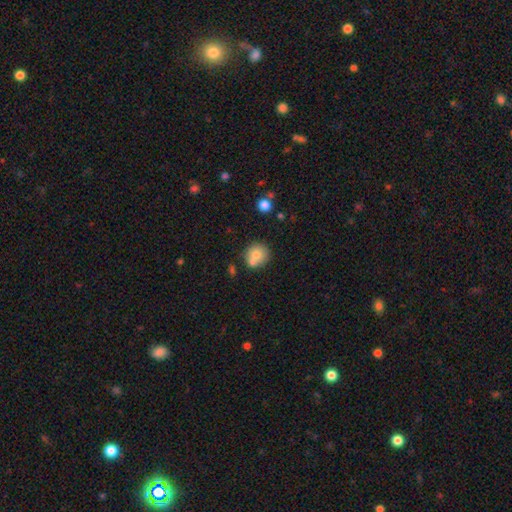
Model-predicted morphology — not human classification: Smooth or featured? smooth (76%)
How rounded? round (88%)
Merging? none (59%)